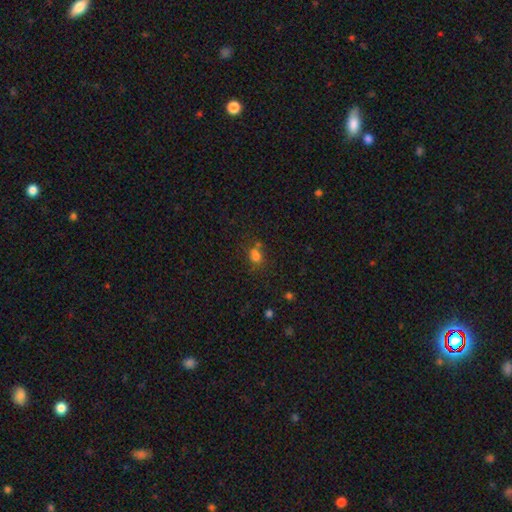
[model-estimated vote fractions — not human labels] A smooth galaxy with no disk features (72%) that is in between round and cigar-shaped (52%).

Vote fractions:
- Smooth or featured? smooth: 72% / star or artifact: 19% / featured or disk: 9%
- How rounded? in between: 52% / round: 46% / cigar-shaped: 2%
- Merging? none: 50% / merger: 24% / minor disturbance: 17% / major disturbance: 8%